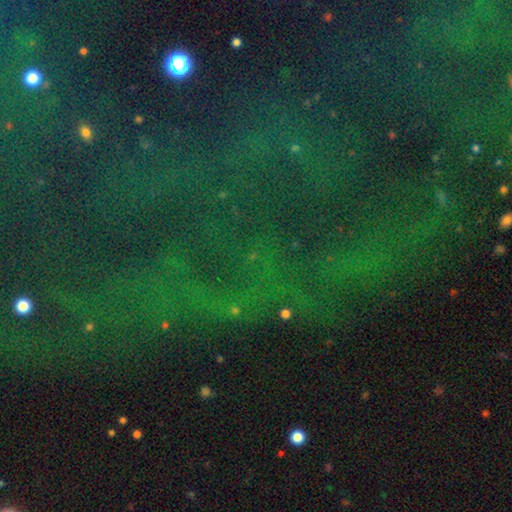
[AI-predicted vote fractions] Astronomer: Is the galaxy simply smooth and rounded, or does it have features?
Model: star or artifact — 78%.